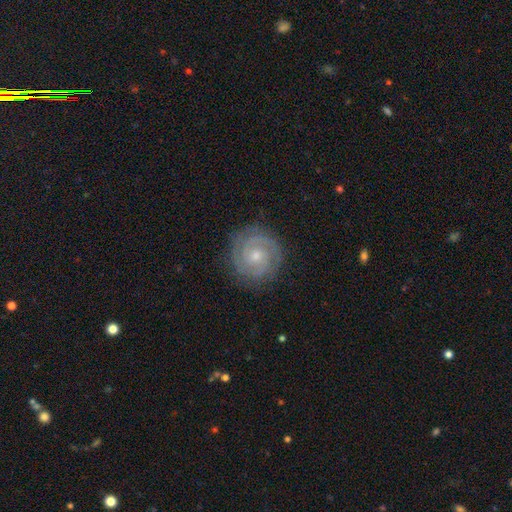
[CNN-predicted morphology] Smooth or featured?
  - featured or disk: 89% *
  - smooth: 6%
  - star or artifact: 5%
Edge-on disk?
  - no: 98% *
  - yes: 2%
Bar?
  - no: 69% *
  - weak: 25%
  - strong: 6%
Spiral arms?
  - yes: 98% *
  - no: 2%
Spiral winding?
  - tight: 79% *
  - medium: 19%
  - loose: 2%
Spiral arm count?
  - 2: 78% *
  - 3: 11%
  - can't tell: 5%
  - 4: 2%
  - 1: 2%
  - more than 4: 2%
Bulge size?
  - small: 62% *
  - moderate: 34%
  - none: 2%
  - large: 1%
  - dominant: 1%
Merging?
  - none: 86% *
  - minor disturbance: 11%
  - major disturbance: 3%
  - merger: 1%